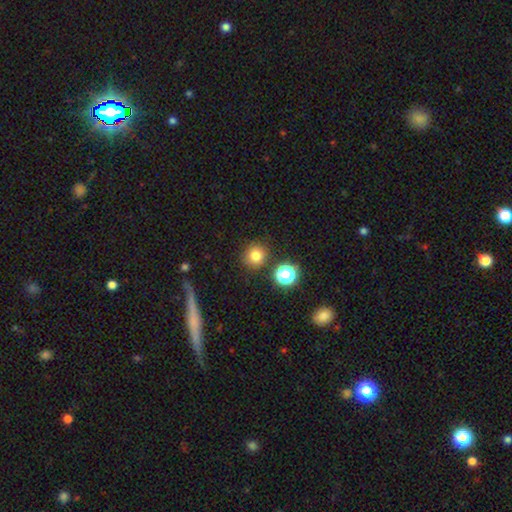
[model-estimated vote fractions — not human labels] smooth 78%, star or artifact 15%, featured or disk 6%. Down the decision tree: how rounded — round (91%); merging — none (85%).